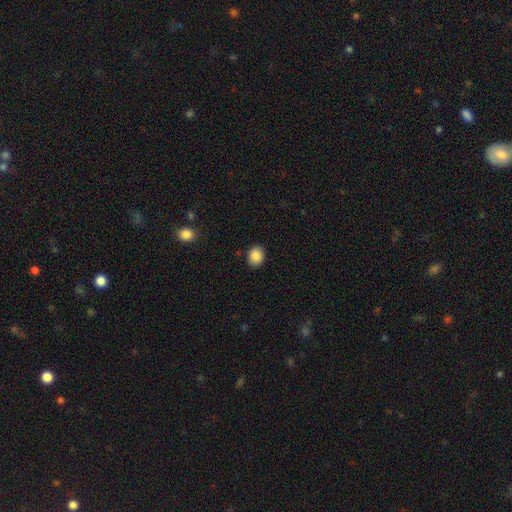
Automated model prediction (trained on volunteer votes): Morphology: type=smooth (87%); roundness=round (57%); merging=none (89%).